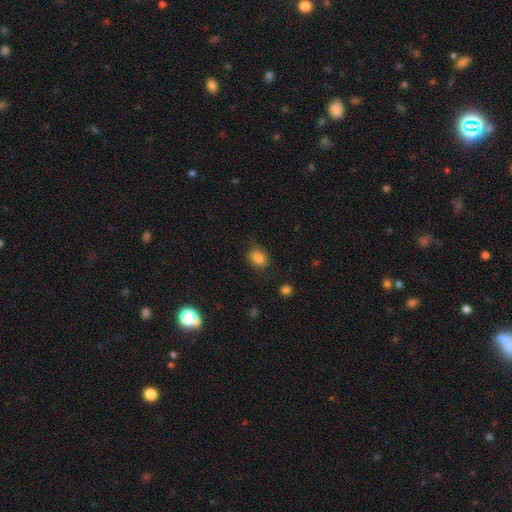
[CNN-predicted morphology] Smooth or featured?
  - smooth: 78% *
  - star or artifact: 15%
  - featured or disk: 7%
How rounded?
  - in between: 56% *
  - round: 43%
  - cigar-shaped: 1%
Merging?
  - none: 78% *
  - minor disturbance: 16%
  - major disturbance: 5%
  - merger: 1%